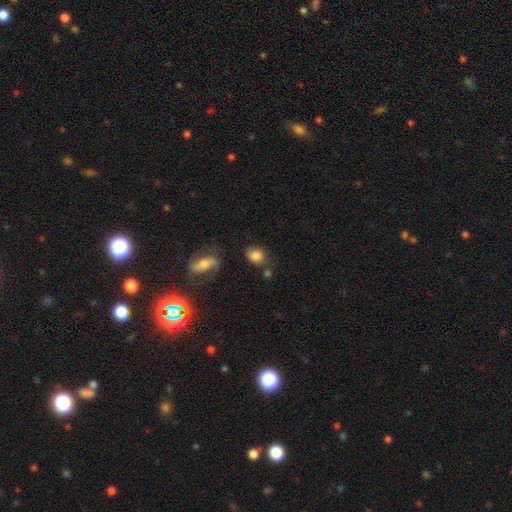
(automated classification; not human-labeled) Smooth or featured?
  - smooth: 79% *
  - featured or disk: 11%
  - star or artifact: 10%
How rounded?
  - in between: 51% *
  - round: 47%
  - cigar-shaped: 2%
Merging?
  - none: 65% *
  - minor disturbance: 19%
  - merger: 10%
  - major disturbance: 7%